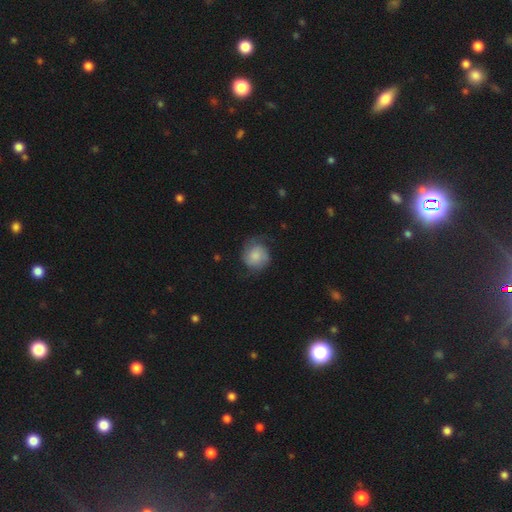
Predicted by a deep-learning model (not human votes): Overall: smooth (62%; featured or disk 31%). How rounded: round (81%). Merging: none (61%; minor disturbance 25%).